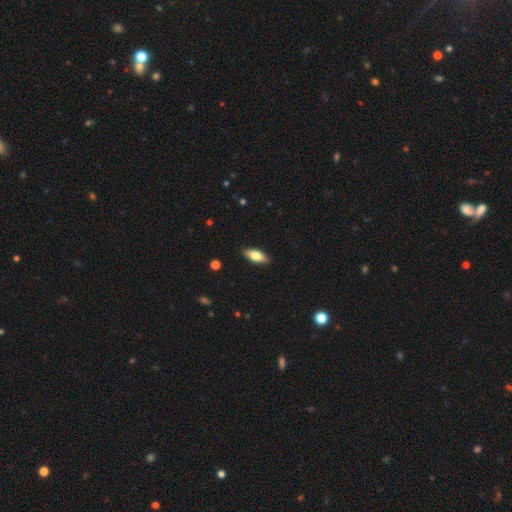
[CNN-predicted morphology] Q: Smooth or featured?
A: smooth (72%); runner-up: featured or disk (22%)
Q: How rounded?
A: in between (74%); runner-up: cigar-shaped (24%)
Q: Merging?
A: none (89%); runner-up: minor disturbance (8%)